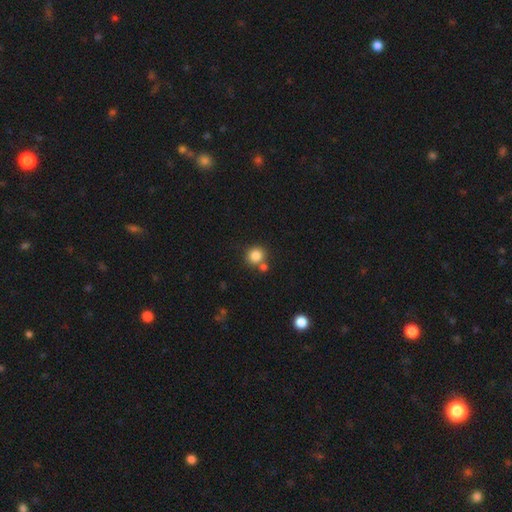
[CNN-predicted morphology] This appears to be a smooth galaxy with no disk features (84%) that is round (91%). Merging: none (71%).